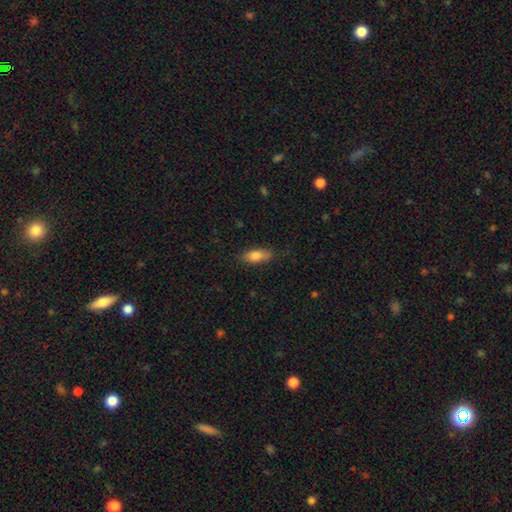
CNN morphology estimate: smooth 79%, featured or disk 14%, star or artifact 7%. Down the decision tree: how rounded — in between (78%); merging — none (79%).